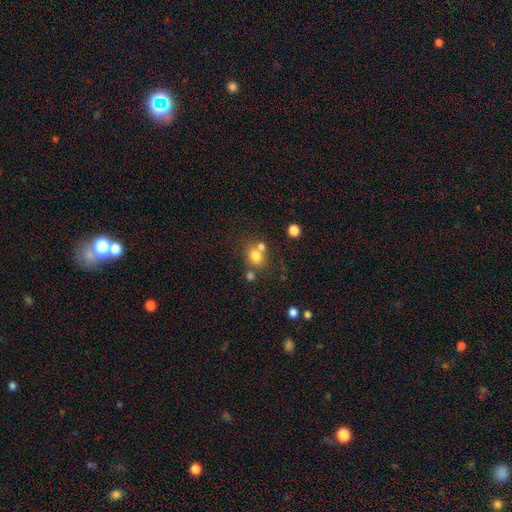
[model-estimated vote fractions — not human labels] smooth 75%, star or artifact 14%, featured or disk 11%. Down the decision tree: how rounded — round (68%); merging — none (57%).